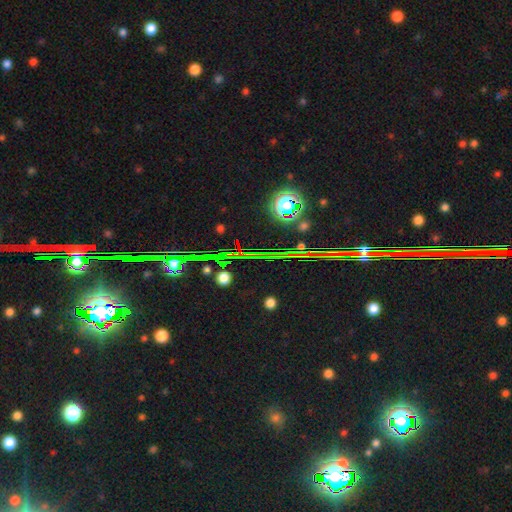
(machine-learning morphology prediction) type=star or artifact (82%).